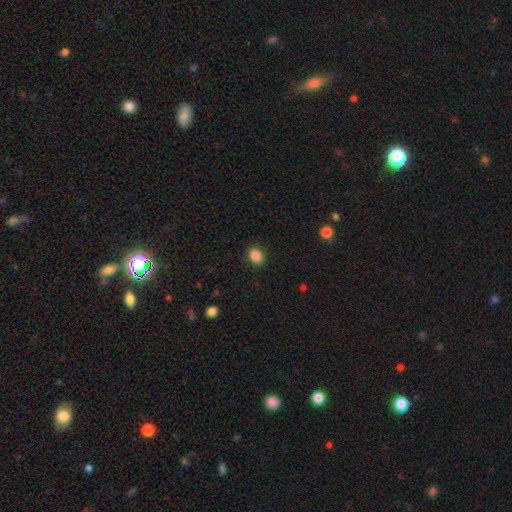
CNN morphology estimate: smooth_or_featured: smooth (p=0.87) [alt: star or artifact p=0.10]
how_rounded: round (p=0.51) [alt: in between p=0.48]
merging: none (p=0.89) [alt: minor disturbance p=0.08]